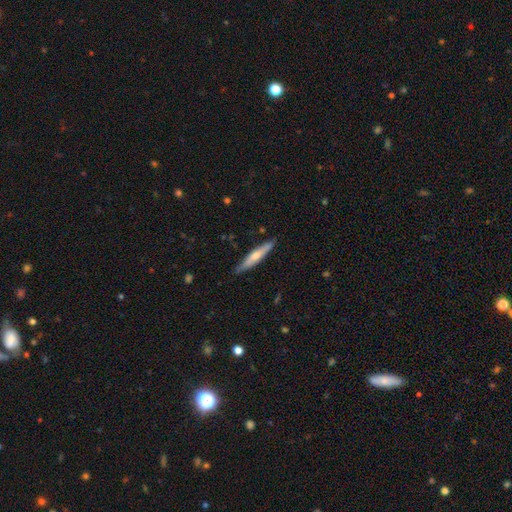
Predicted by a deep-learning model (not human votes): Smooth or featured? smooth (53%)
How rounded? cigar-shaped (91%)
Merging? none (85%)